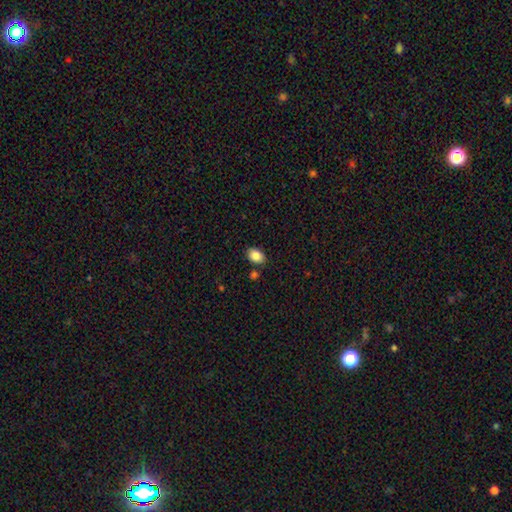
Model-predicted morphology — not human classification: Overall: smooth (86%). How rounded: in between (75%). Merging: none (82%).